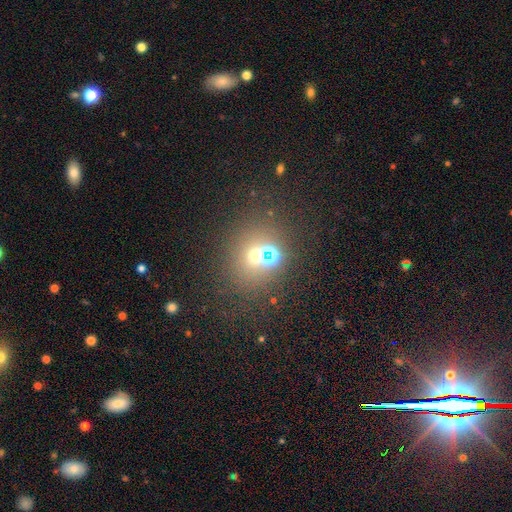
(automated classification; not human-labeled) This is possibly a smooth galaxy (46%). Merging: likely none (68%).